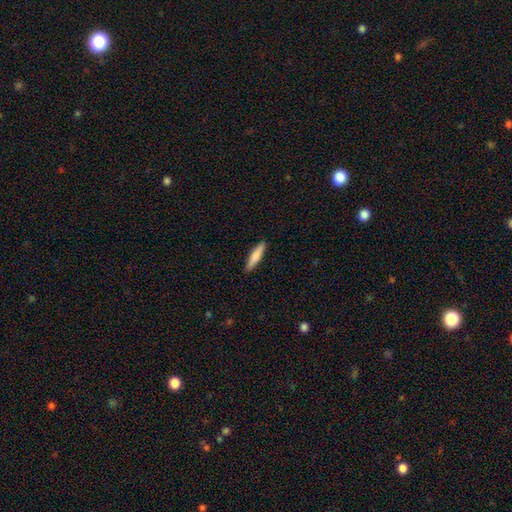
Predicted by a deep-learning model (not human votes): Morphology: type=smooth (75%); roundness=cigar-shaped (85%); merging=none (89%).